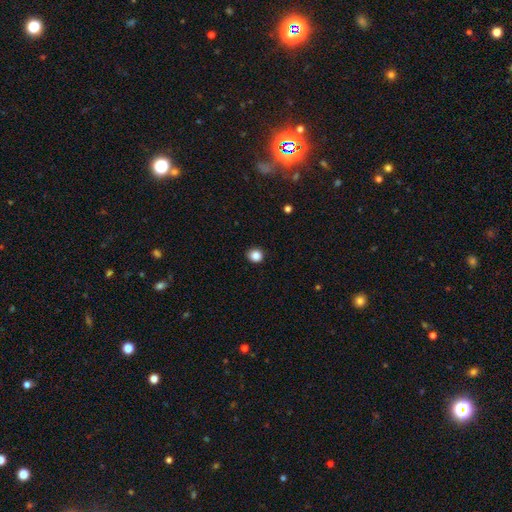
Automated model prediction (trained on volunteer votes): smooth_or_featured: smooth (p=0.86) [alt: star or artifact p=0.11]
how_rounded: round (p=0.86) [alt: in between p=0.13]
merging: none (p=0.91) [alt: minor disturbance p=0.06]